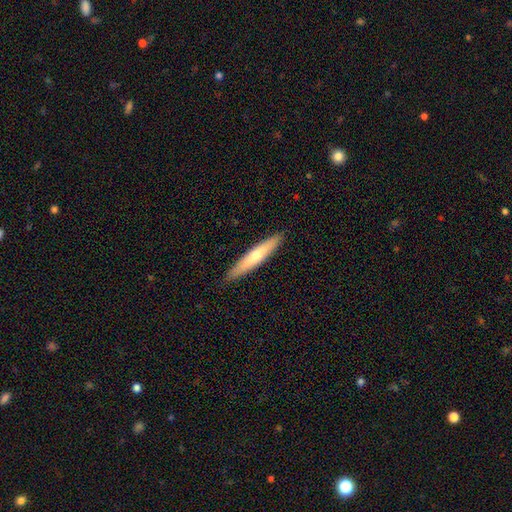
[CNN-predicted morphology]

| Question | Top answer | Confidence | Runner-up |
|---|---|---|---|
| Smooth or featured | smooth | 57% | featured or disk (37%) |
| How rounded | cigar-shaped | 91% | in between (8%) |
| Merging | none | 91% | minor disturbance (7%) |